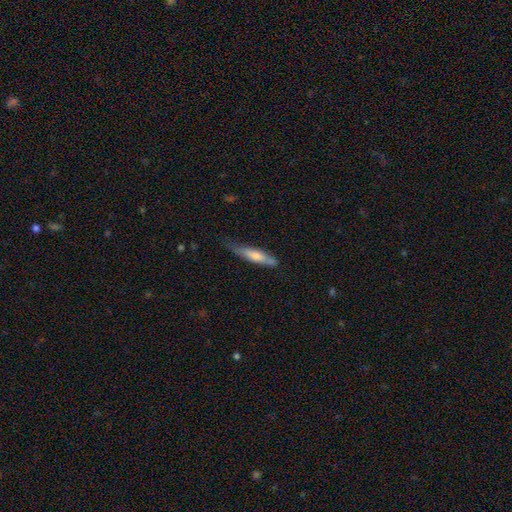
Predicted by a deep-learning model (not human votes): Smooth or featured?
  - smooth: 48% *
  - featured or disk: 45%
  - star or artifact: 7%
Merging?
  - none: 67% *
  - minor disturbance: 26%
  - major disturbance: 5%
  - merger: 2%